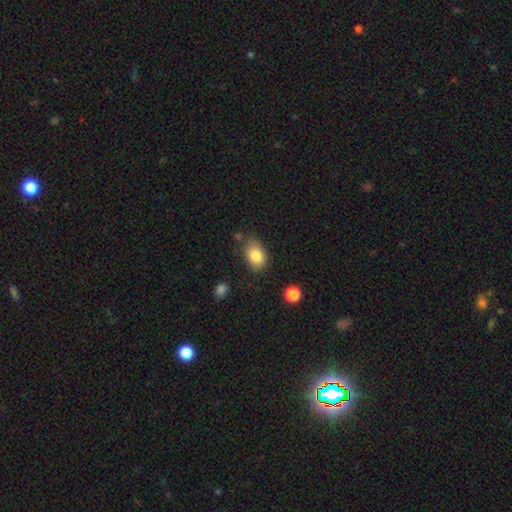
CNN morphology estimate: smooth_or_featured: smooth (p=0.84) [alt: star or artifact p=0.08]
how_rounded: in between (p=0.84) [alt: round p=0.15]
merging: none (p=0.68) [alt: minor disturbance p=0.22]